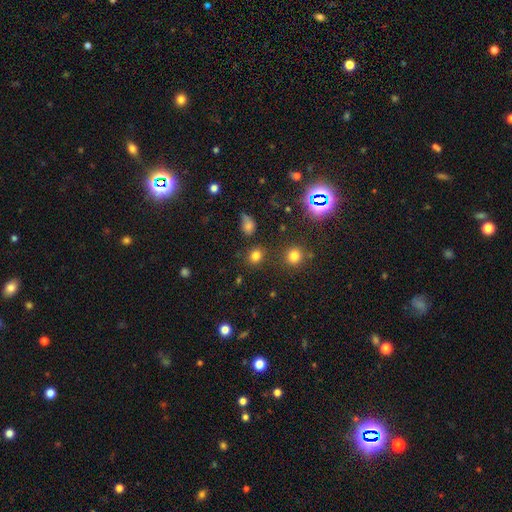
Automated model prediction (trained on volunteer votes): This appears to be a smooth galaxy with no disk features (77%) that is round (70%). Merging: none (81%).